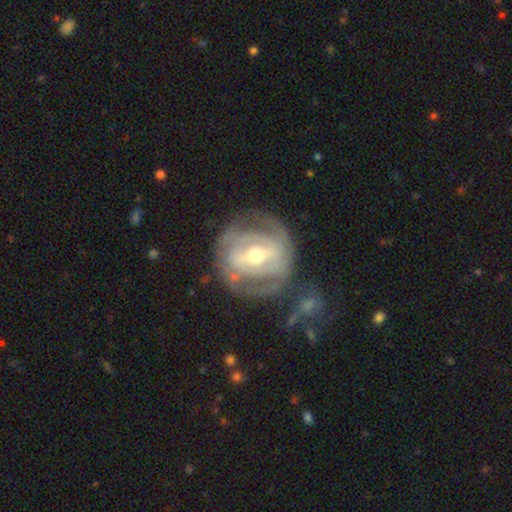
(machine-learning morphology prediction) Smooth or featured? featured or disk (79%)
Edge-on disk? no (96%)
Bar? weak (39%)
Spiral arms? yes (72%)
Spiral winding? tight (55%)
Spiral arm count? 2 (45%)
Bulge size? moderate (68%)
Merging? none (62%)